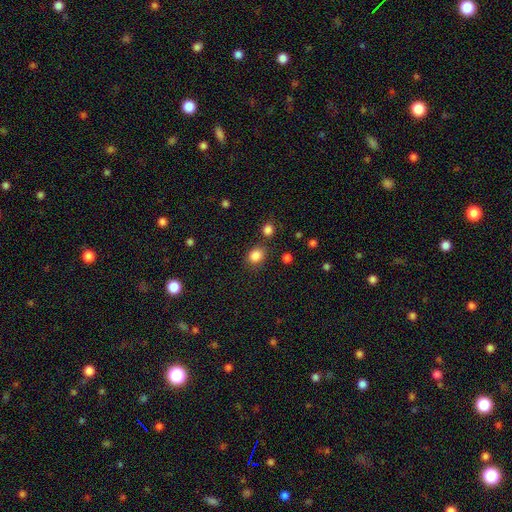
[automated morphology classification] Smooth or featured: smooth — 85% (star or artifact — 11%)
How rounded: round — 54% (in between — 45%)
Merging: none — 75% (minor disturbance — 13%)